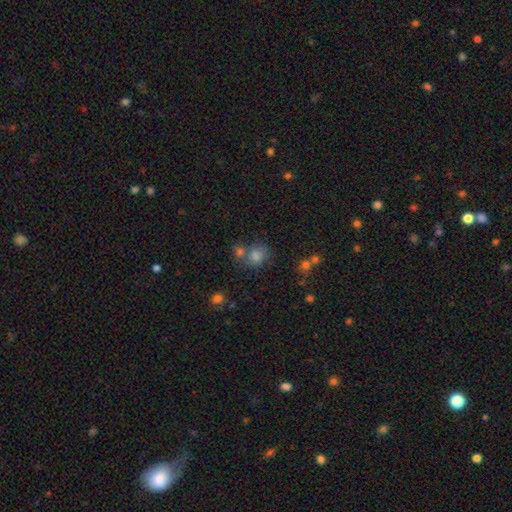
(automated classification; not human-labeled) A smooth galaxy with no disk features (71%) that is round (74%). Merging: none (55%).